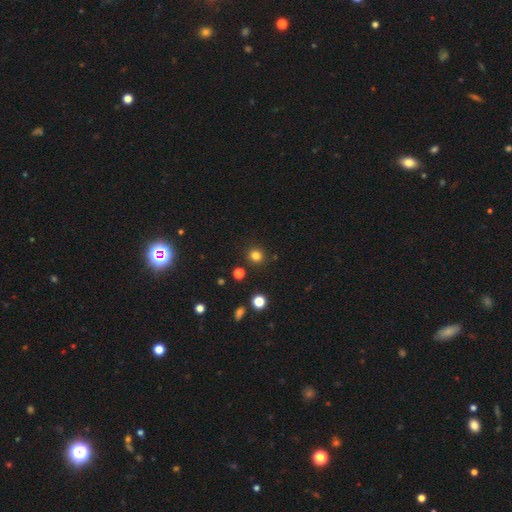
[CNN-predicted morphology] smooth-or-featured: smooth: 80% | star or artifact: 15% | featured or disk: 4%
  how-rounded: round: 90% | in between: 9% | cigar-shaped: 1%
  merging: none: 88% | minor disturbance: 6% | merger: 3% | major disturbance: 2%